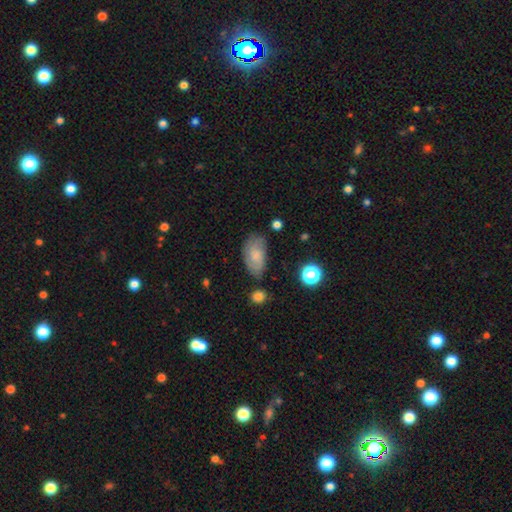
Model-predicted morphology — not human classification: The model was most divided on "smooth or featured": smooth: 57%, featured or disk: 34%, star or artifact: 9%. More confident: how rounded — in between (91%); merging — none (68%).